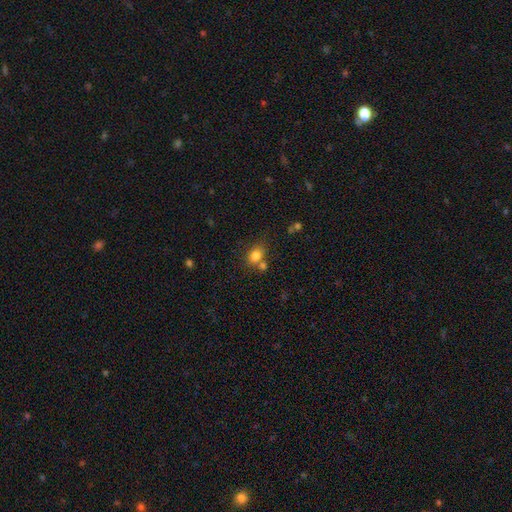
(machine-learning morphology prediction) A smooth galaxy with no disk features (80%) that is in between round and cigar-shaped (60%).

Vote fractions:
- Smooth or featured? smooth: 80% / star or artifact: 11% / featured or disk: 8%
- How rounded? in between: 60% / round: 38% / cigar-shaped: 1%
- Merging? none: 54% / merger: 26% / minor disturbance: 14% / major disturbance: 5%